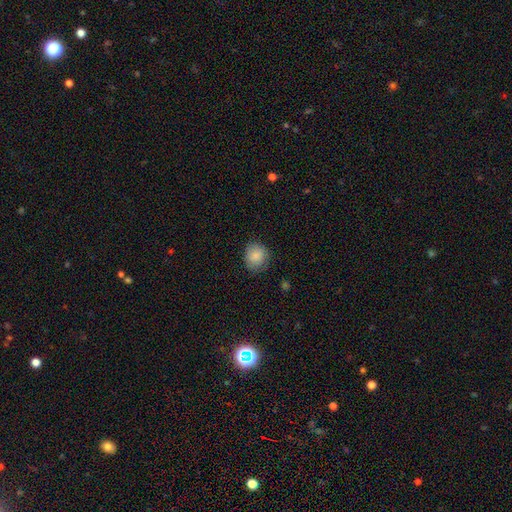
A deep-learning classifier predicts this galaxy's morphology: smooth-or-featured: smooth: 87% | star or artifact: 8% | featured or disk: 5%
  how-rounded: round: 79% | in between: 20% | cigar-shaped: 1%
  merging: none: 80% | minor disturbance: 16% | major disturbance: 4% | merger: 1%